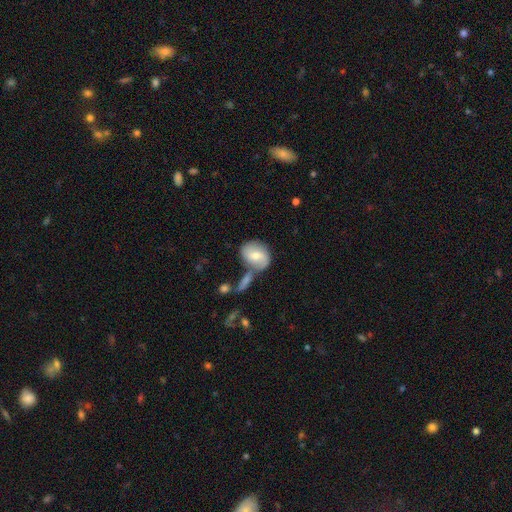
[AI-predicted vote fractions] A smooth galaxy with no disk features (58%) that is in between round and cigar-shaped (52%).

Vote fractions:
- Smooth or featured? smooth: 58% / featured or disk: 35% / star or artifact: 7%
- How rounded? in between: 52% / round: 47% / cigar-shaped: 2%
- Merging? none: 49% / merger: 29% / minor disturbance: 16% / major disturbance: 6%